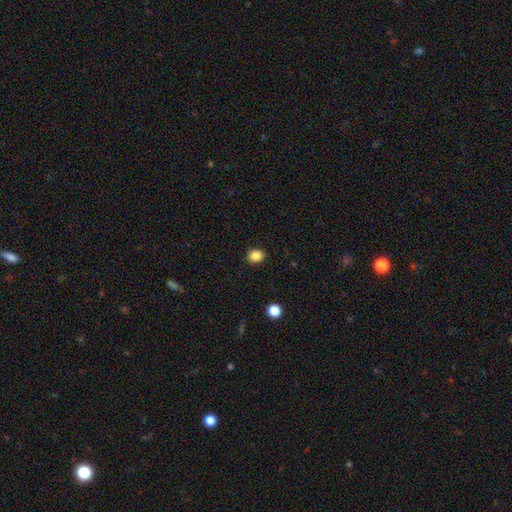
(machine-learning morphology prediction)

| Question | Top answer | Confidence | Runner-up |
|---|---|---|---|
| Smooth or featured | smooth | 86% | star or artifact (10%) |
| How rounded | round | 54% | in between (45%) |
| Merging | none | 89% | minor disturbance (8%) |